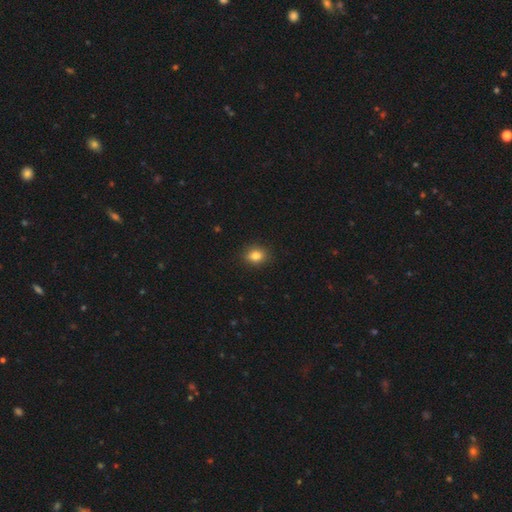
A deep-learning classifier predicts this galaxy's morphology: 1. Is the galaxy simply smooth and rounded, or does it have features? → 82% smooth, 11% star or artifact, 7% featured or disk.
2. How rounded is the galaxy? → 50% round, 48% in between, 1% cigar-shaped.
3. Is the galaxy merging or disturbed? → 89% none, 8% minor disturbance, 2% major disturbance, 1% merger.